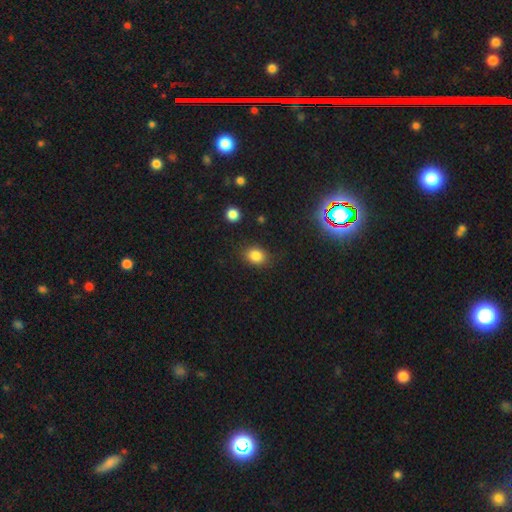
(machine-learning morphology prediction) Q: Smooth or featured?
A: smooth (83%); runner-up: star or artifact (11%)
Q: How rounded?
A: in between (52%); runner-up: round (47%)
Q: Merging?
A: none (82%); runner-up: minor disturbance (12%)